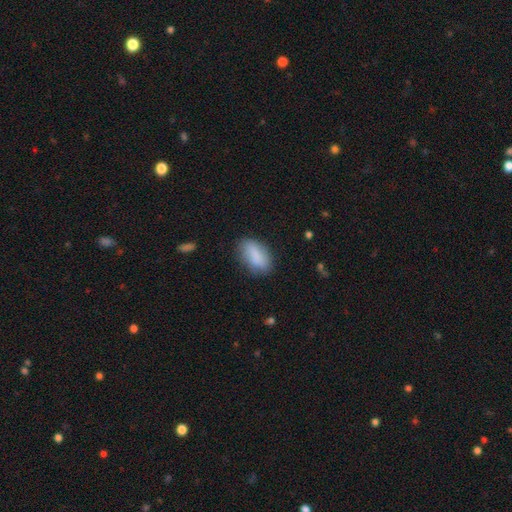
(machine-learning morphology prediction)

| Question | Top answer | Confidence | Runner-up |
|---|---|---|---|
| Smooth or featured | smooth | 83% | featured or disk (10%) |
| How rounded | in between | 91% | cigar-shaped (5%) |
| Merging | none | 76% | minor disturbance (17%) |